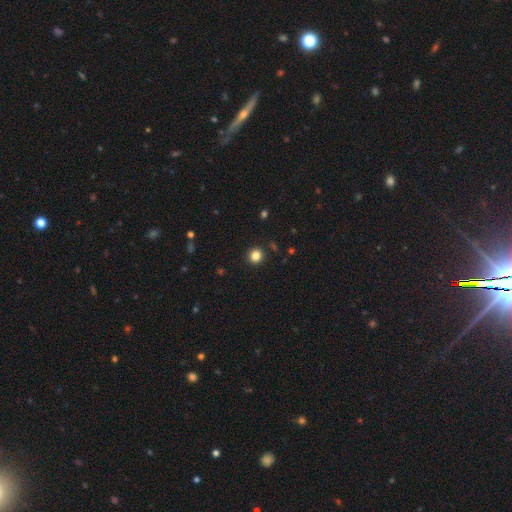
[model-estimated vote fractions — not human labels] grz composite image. It shows a smooth galaxy with no disk features (83%) that is round (91%). Merging: none (92%).